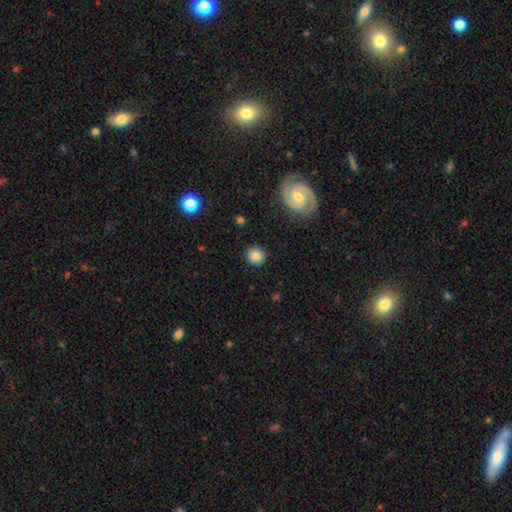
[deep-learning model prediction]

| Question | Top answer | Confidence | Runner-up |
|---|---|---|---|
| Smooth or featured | smooth | 83% | star or artifact (9%) |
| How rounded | round | 89% | in between (10%) |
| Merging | none | 90% | minor disturbance (7%) |